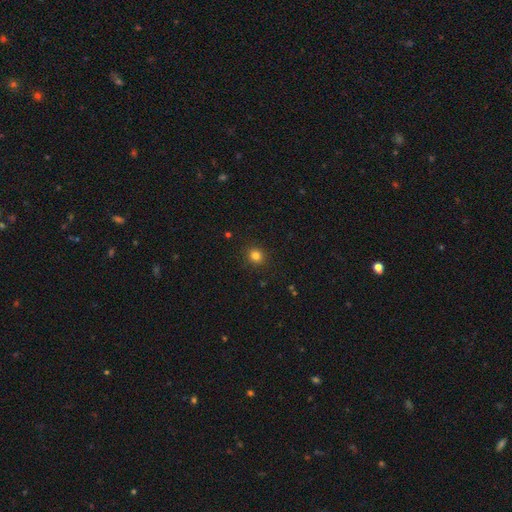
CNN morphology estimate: The model was most divided on "smooth or featured": smooth: 82%, star or artifact: 13%, featured or disk: 5%. More confident: merging — none (91%); how rounded — round (84%).